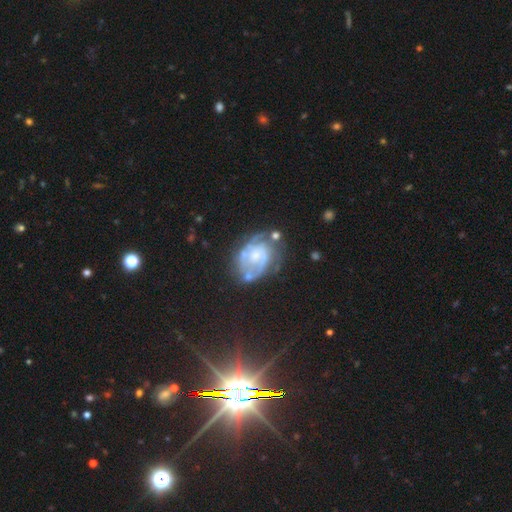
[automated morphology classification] Smooth or featured? Predicted: featured or disk (p=0.78). Edge-on disk? Predicted: no (p=0.98). Bar? Predicted: no (p=0.71). Spiral arms? Predicted: yes (p=0.83). Spiral winding? Predicted: tight (p=0.52). Spiral arm count? Predicted: 2 (p=0.37). Bulge size? Predicted: small (p=0.43). Merging? Predicted: none (p=0.51).